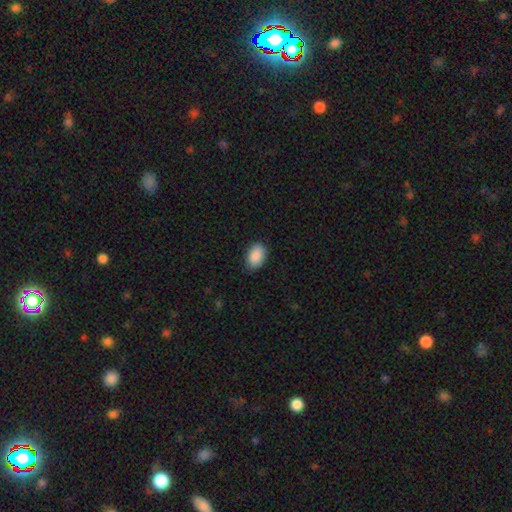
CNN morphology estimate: smooth-or-featured: smooth: 90% | star or artifact: 7% | featured or disk: 3%
  how-rounded: in between: 89% | round: 10% | cigar-shaped: 1%
  merging: none: 84% | minor disturbance: 12% | major disturbance: 2% | merger: 1%